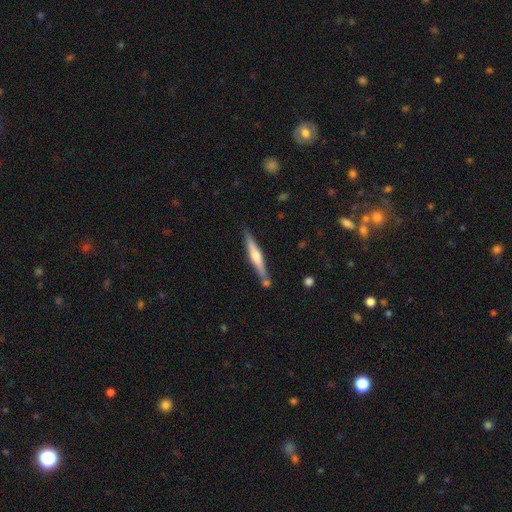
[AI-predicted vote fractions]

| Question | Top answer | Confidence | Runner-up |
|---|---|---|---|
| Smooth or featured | featured or disk | 60% | smooth (35%) |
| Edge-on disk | yes | 97% | no (3%) |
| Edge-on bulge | rounded | 76% | none (13%) |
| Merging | none | 79% | minor disturbance (12%) |